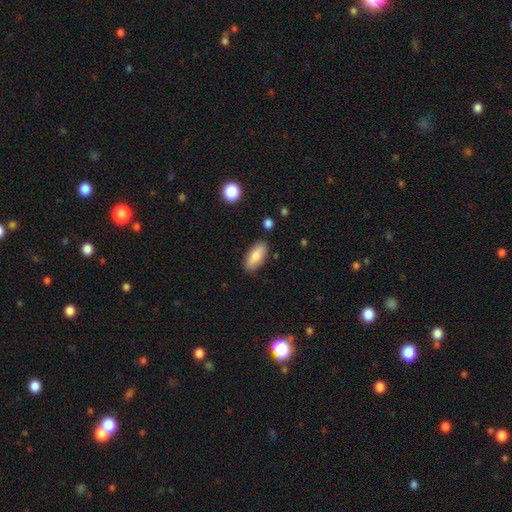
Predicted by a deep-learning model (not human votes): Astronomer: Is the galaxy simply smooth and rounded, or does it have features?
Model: smooth — 82%.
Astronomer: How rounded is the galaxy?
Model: in between — 84%.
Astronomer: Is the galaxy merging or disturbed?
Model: none — 84%.